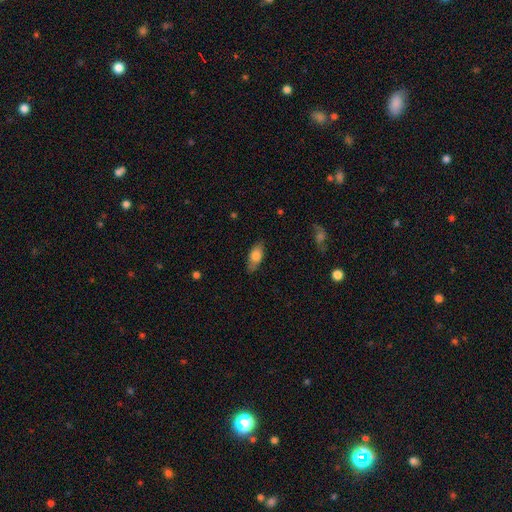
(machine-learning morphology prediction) Q: Smooth or featured?
A: smooth (74%); runner-up: featured or disk (20%)
Q: How rounded?
A: in between (80%); runner-up: cigar-shaped (16%)
Q: Merging?
A: none (81%); runner-up: minor disturbance (15%)